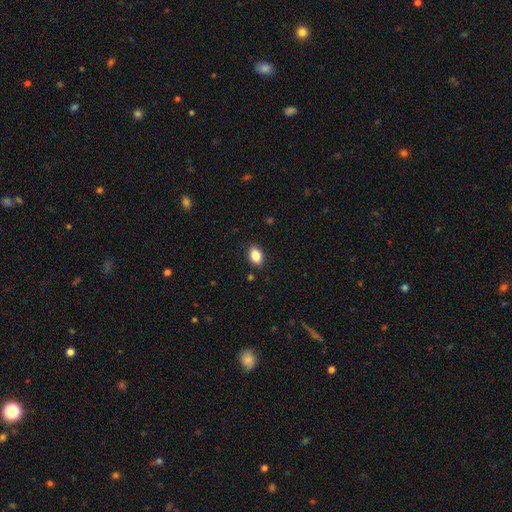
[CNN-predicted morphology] The model was most divided on "how rounded": in between: 83%, round: 16%, cigar-shaped: 1%. More confident: merging — none (88%); smooth or featured — smooth (86%).